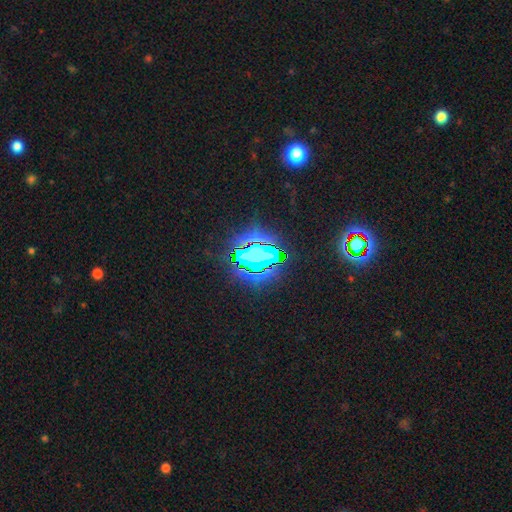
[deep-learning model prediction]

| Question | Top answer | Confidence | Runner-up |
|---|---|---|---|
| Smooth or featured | star or artifact | 69% | smooth (18%) |